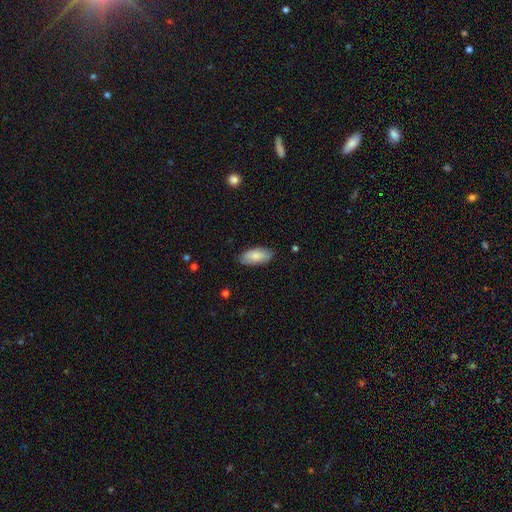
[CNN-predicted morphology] type=smooth (82%); roundness=in between (89%); merging=none (84%).